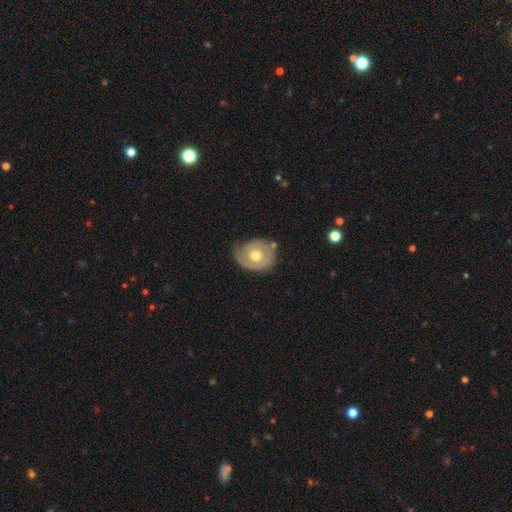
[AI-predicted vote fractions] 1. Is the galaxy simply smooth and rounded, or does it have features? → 50% featured or disk, 44% smooth, 6% star or artifact.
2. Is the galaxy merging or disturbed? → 57% none, 29% minor disturbance, 8% major disturbance, 5% merger.